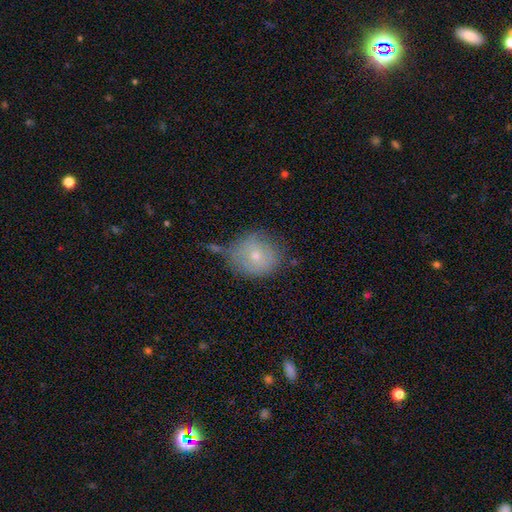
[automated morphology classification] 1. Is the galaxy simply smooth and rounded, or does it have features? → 66% smooth, 25% featured or disk, 9% star or artifact.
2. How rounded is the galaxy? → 79% round, 20% in between, 1% cigar-shaped.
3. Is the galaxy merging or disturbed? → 60% none, 24% minor disturbance, 8% merger, 8% major disturbance.